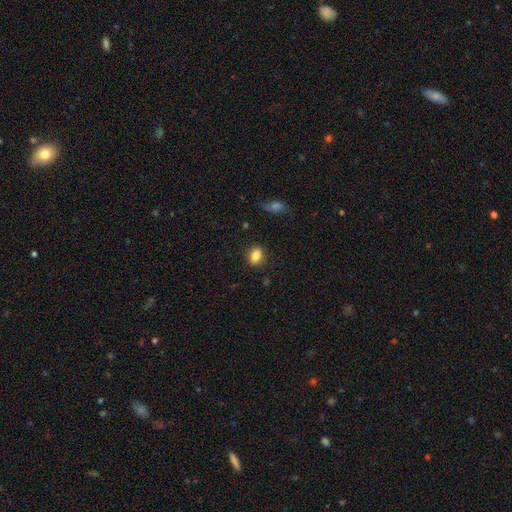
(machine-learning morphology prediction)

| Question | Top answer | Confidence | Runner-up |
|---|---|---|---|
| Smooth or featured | smooth | 83% | star or artifact (9%) |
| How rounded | in between | 65% | round (33%) |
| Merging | none | 86% | minor disturbance (10%) |